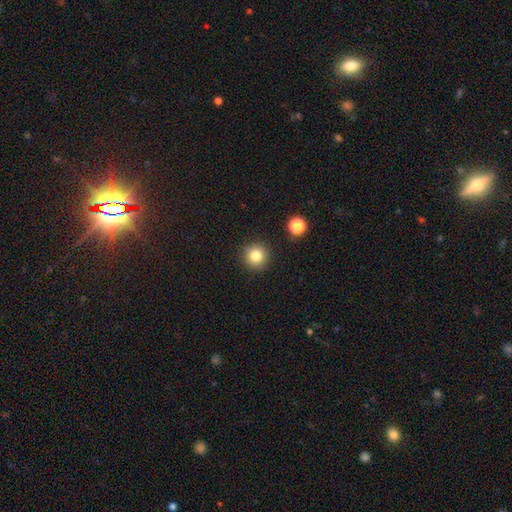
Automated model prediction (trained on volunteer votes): Smooth or featured? Predicted: smooth (p=0.82). How rounded? Predicted: round (p=0.95). Merging? Predicted: none (p=0.90).